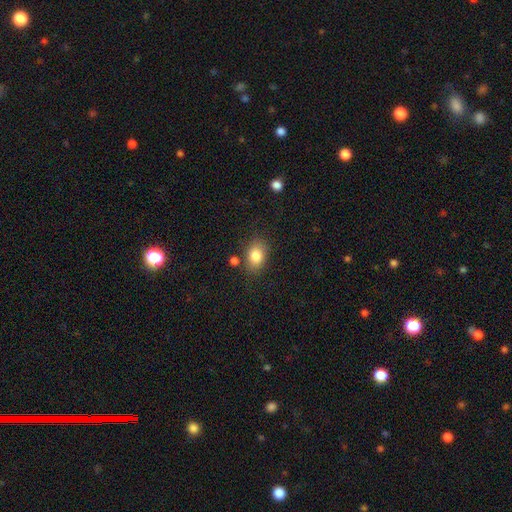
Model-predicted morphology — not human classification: The model was most divided on "how rounded": in between: 76%, round: 23%, cigar-shaped: 1%. More confident: smooth or featured — smooth (83%); merging — none (78%).